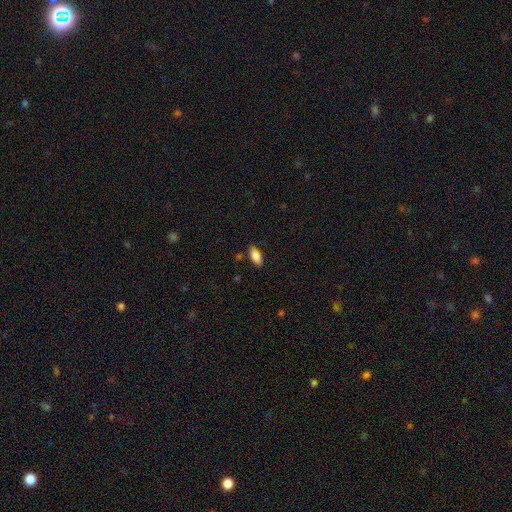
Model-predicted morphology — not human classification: The model was most divided on "merging": none: 76%, minor disturbance: 18%, major disturbance: 3%, merger: 2%. More confident: smooth or featured — smooth (82%); how rounded — in between (81%).